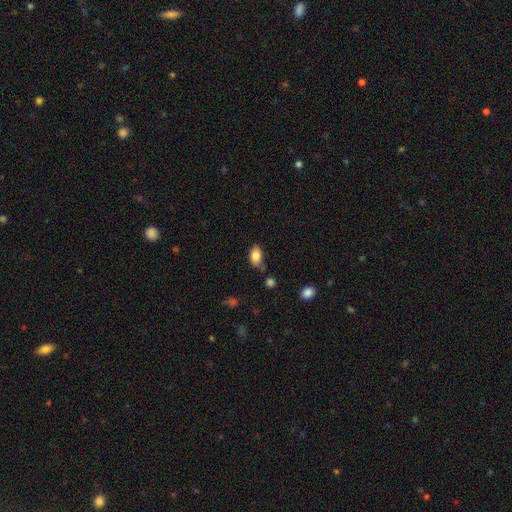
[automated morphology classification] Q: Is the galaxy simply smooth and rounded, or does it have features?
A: smooth — 83%.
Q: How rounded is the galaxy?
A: in between — 89%.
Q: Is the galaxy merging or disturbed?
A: none — 65%.